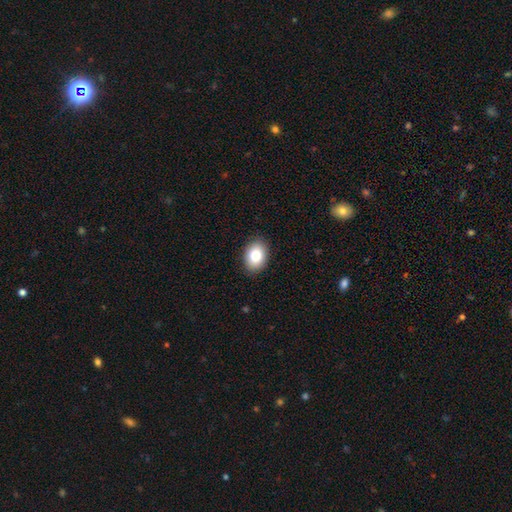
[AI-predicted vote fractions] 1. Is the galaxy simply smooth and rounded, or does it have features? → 83% smooth, 9% featured or disk, 8% star or artifact.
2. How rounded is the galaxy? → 78% in between, 21% round, 1% cigar-shaped.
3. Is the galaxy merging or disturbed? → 89% none, 8% minor disturbance, 2% major disturbance, 1% merger.